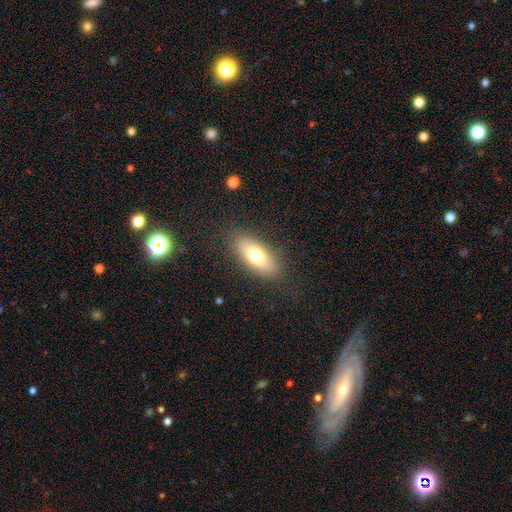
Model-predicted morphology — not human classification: Smooth or featured? Predicted: smooth (p=0.73). How rounded? Predicted: in between (p=0.75). Merging? Predicted: none (p=0.85).